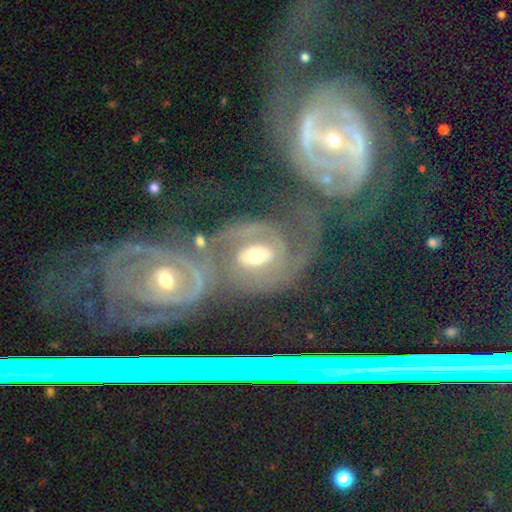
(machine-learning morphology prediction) The model was most divided on "merging": none: 32%, merger: 28%, major disturbance: 25%, minor disturbance: 16%. Remaining: edge-on disk — no (95%); smooth or featured — featured or disk (75%); spiral arms — yes (71%); bulge size — moderate (61%); spiral winding — tight (48%); spiral arm count — 2 (44%); bar — no (39%).